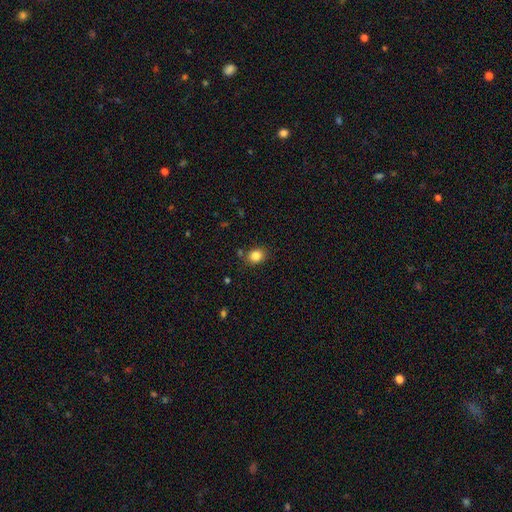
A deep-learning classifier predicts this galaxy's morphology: The model was most divided on "how rounded": round: 64%, in between: 35%, cigar-shaped: 1%. More confident: smooth or featured — smooth (84%); merging — none (81%).